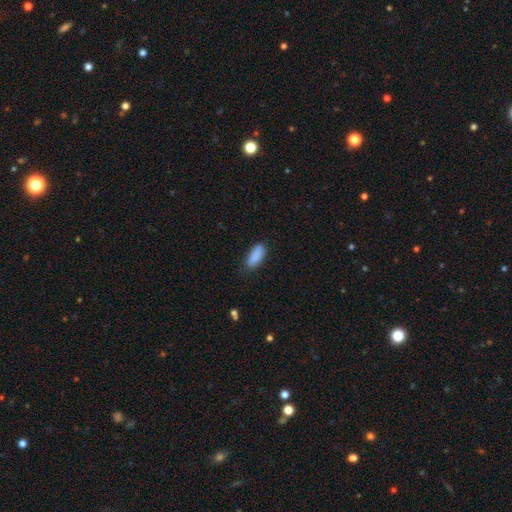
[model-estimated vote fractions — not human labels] Morphology: type=smooth (89%); roundness=in between (70%); merging=none (77%).